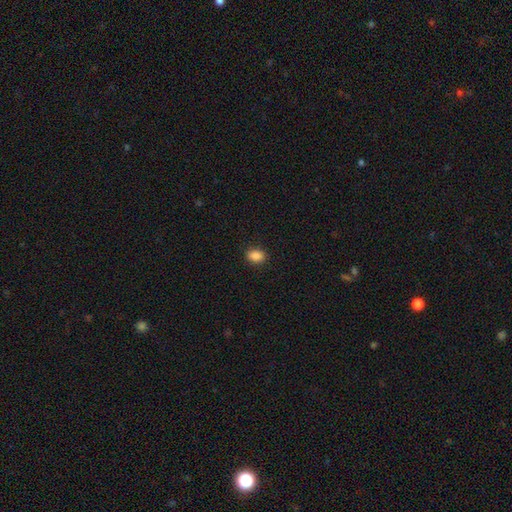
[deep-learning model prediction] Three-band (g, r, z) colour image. It shows a smooth galaxy with no disk features (88%) that is in between round and cigar-shaped (70%). Merging: none (89%).